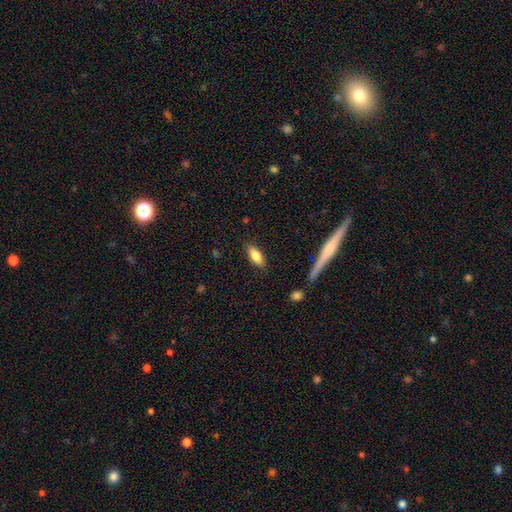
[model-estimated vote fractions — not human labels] Smooth or featured?
  - smooth: 80% *
  - featured or disk: 13%
  - star or artifact: 7%
How rounded?
  - in between: 77% *
  - cigar-shaped: 21%
  - round: 2%
Merging?
  - none: 86% *
  - minor disturbance: 10%
  - major disturbance: 2%
  - merger: 2%